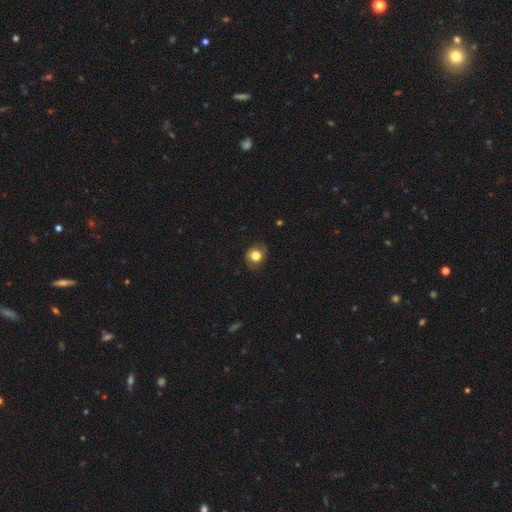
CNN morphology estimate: A smooth galaxy with no disk features (78%) that is round (73%). Merging: none (76%).